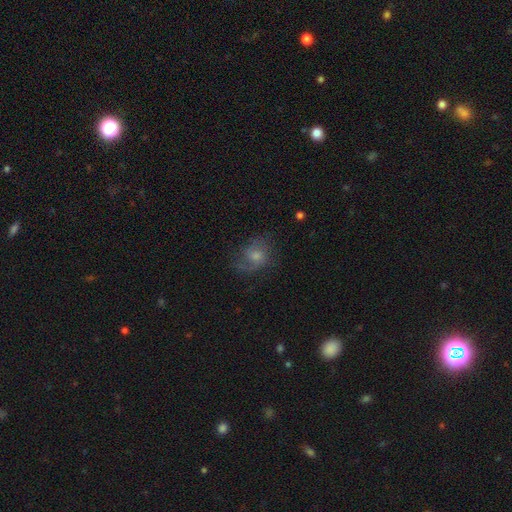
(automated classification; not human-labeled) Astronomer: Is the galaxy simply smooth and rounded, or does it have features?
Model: featured or disk — 54% (runner-up: smooth, 30%).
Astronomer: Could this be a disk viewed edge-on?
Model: no — 97%.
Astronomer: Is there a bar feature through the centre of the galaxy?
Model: no — 69%.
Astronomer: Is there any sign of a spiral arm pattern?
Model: yes — 86%.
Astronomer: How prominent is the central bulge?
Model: moderate — 50% (runner-up: small, 33%).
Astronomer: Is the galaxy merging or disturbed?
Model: none — 65%.